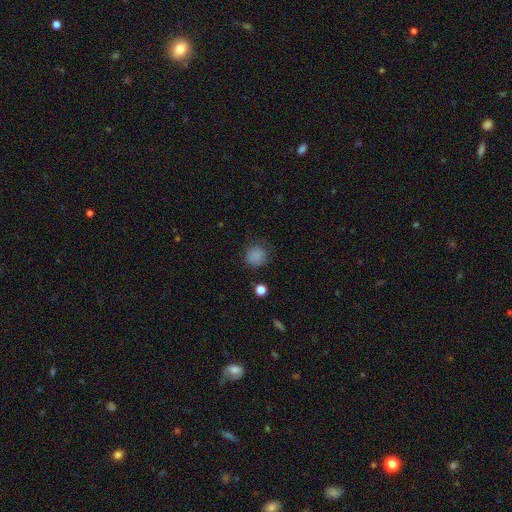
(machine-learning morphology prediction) This appears to be a smooth galaxy with no disk features (82%) that is round (87%). Merging: none (77%).